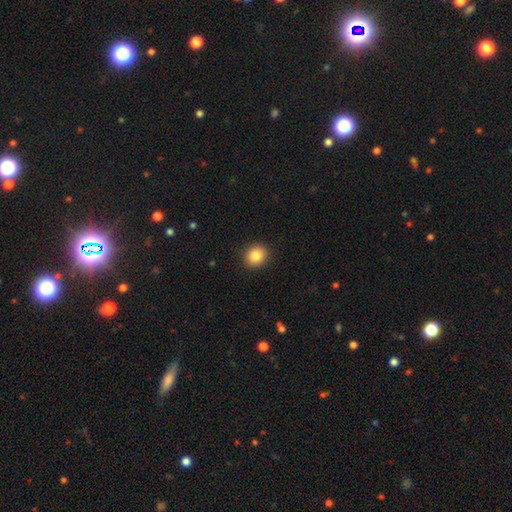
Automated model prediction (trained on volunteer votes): This is clearly a smooth galaxy (85%). How rounded: likely round (76%). Merging: clearly none (91%).